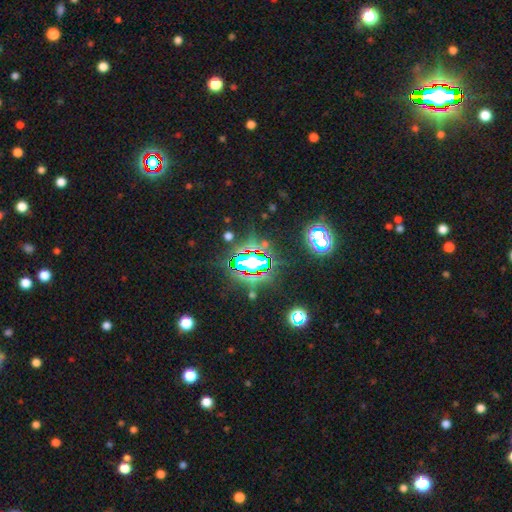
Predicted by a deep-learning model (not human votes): Q: Smooth or featured?
A: star or artifact (80%); runner-up: smooth (11%)